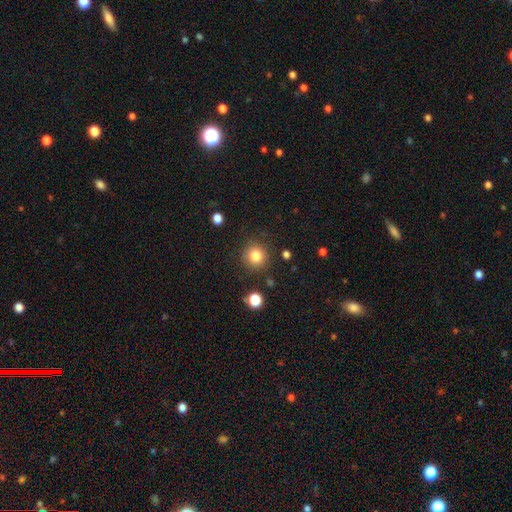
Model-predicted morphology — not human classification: Smooth or featured? smooth (82%)
How rounded? round (93%)
Merging? none (87%)